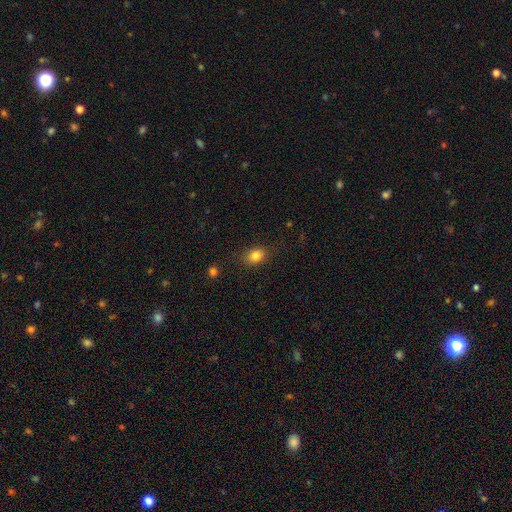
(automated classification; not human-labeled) The model was most divided on "how rounded": in between: 69%, round: 30%, cigar-shaped: 2%. More confident: merging — none (83%); smooth or featured — smooth (82%).